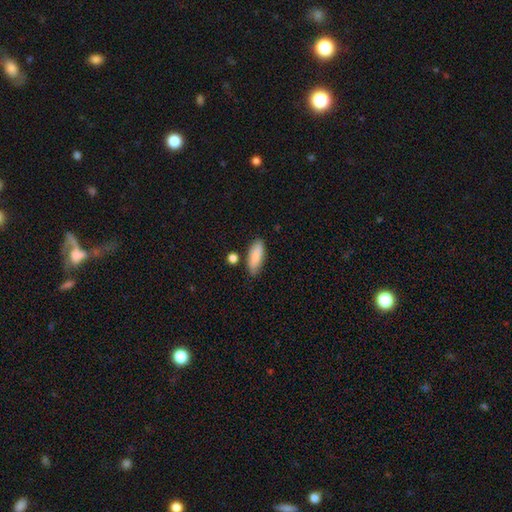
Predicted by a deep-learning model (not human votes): This appears to be a smooth galaxy with no disk features (87%) that is in between round and cigar-shaped (72%). Merging: none (77%).